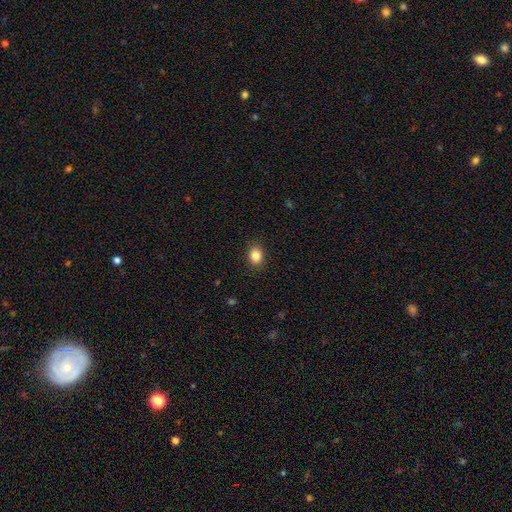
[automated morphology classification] Smooth or featured: smooth — 85% (star or artifact — 10%)
How rounded: in between — 54% (round — 45%)
Merging: none — 89% (minor disturbance — 8%)